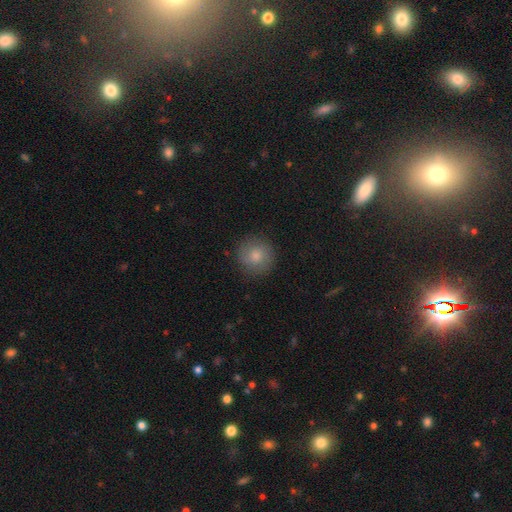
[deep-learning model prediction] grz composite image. It shows a smooth galaxy with no disk features (80%) that is round (93%). Merging: none (86%).